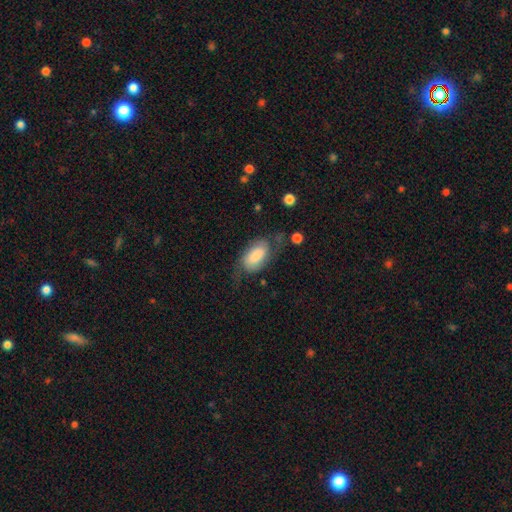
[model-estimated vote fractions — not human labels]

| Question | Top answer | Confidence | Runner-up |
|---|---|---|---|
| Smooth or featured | smooth | 53% | featured or disk (39%) |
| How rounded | in between | 92% | round (5%) |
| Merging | none | 51% | minor disturbance (25%) |